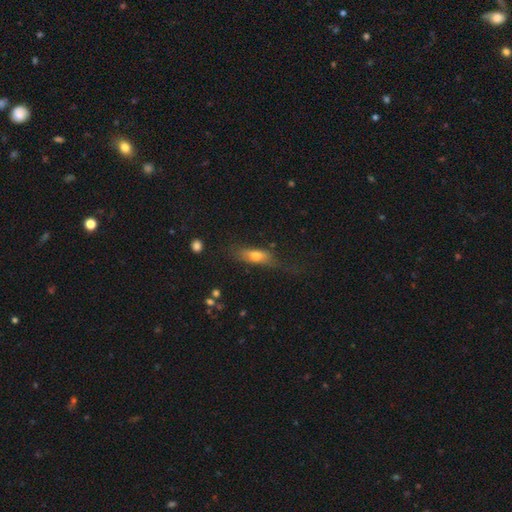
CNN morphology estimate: This appears to be a smooth galaxy with no disk features (66%) that is in between round and cigar-shaped (59%). Merging: none (51%).